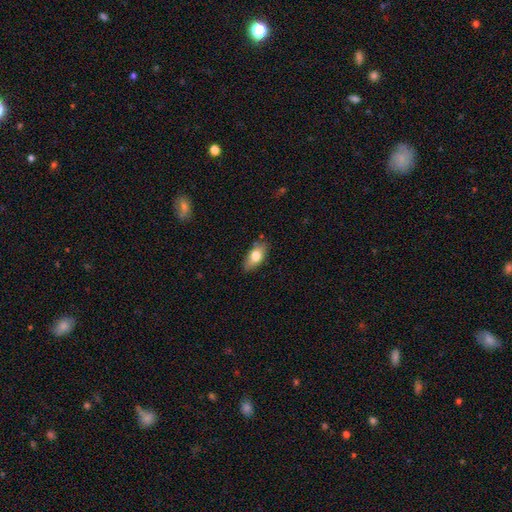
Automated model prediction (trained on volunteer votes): smooth 74%, featured or disk 19%, star or artifact 7%. Down the decision tree: how rounded — in between (87%); merging — none (81%).